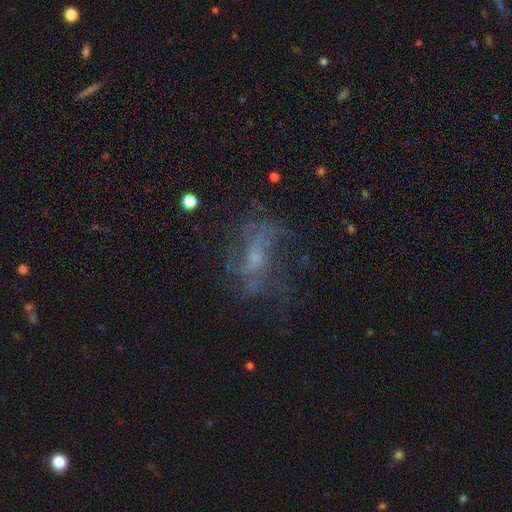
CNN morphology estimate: Smooth or featured? Predicted: featured or disk (p=0.66). Edge-on disk? Predicted: no (p=0.95). Bar? Predicted: no (p=0.63). Spiral arms? Predicted: yes (p=0.63). Bulge size? Predicted: small (p=0.52). Merging? Predicted: none (p=0.53).